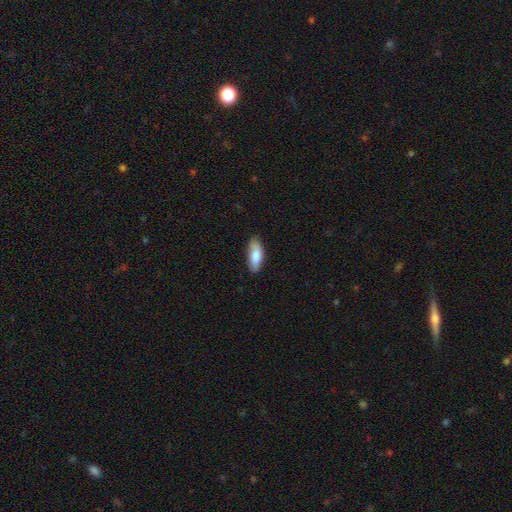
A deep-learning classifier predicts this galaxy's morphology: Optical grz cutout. It shows a smooth galaxy with no disk features (83%) that is in between round and cigar-shaped (73%). Merging: none (83%).